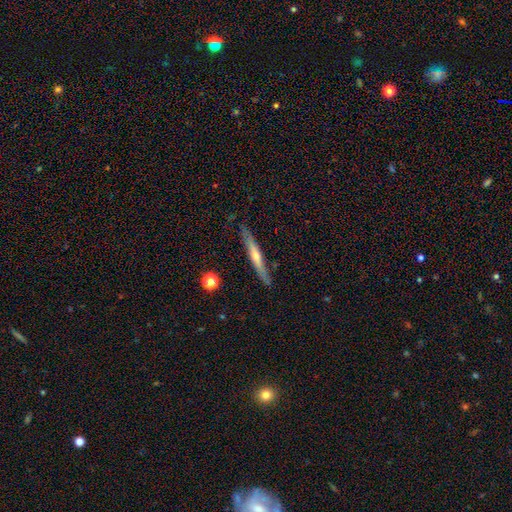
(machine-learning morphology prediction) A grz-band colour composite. It shows a featured or disk galaxy (60%) viewed edge-on (94%) with a rounded central bulge (68%). Merging: none (86%).